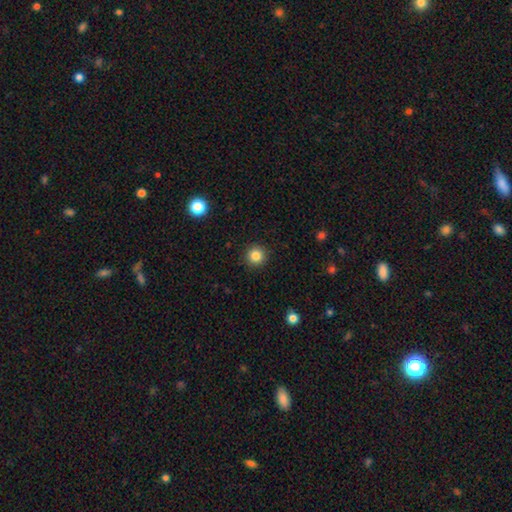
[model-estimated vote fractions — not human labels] Smooth or featured?
  - smooth: 85% *
  - star or artifact: 11%
  - featured or disk: 4%
How rounded?
  - round: 95% *
  - in between: 4%
  - cigar-shaped: 1%
Merging?
  - none: 92% *
  - minor disturbance: 5%
  - major disturbance: 2%
  - merger: 1%